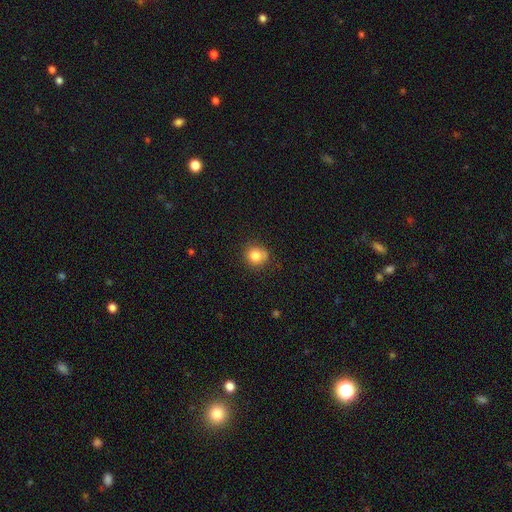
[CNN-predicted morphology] smooth-or-featured: smooth: 83% | star or artifact: 11% | featured or disk: 7%
  how-rounded: round: 85% | in between: 14% | cigar-shaped: 1%
  merging: none: 76% | minor disturbance: 18% | major disturbance: 4% | merger: 3%